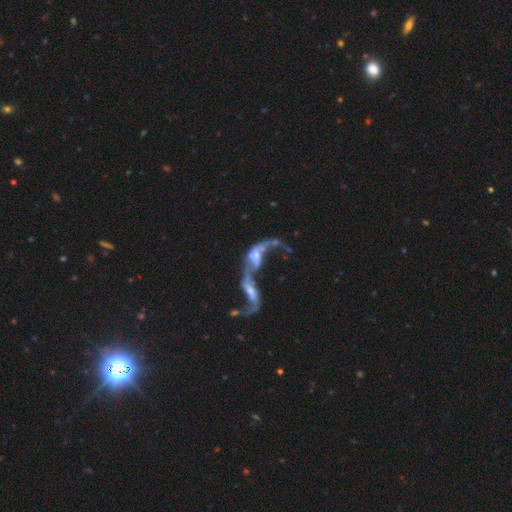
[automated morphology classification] Overall: featured or disk (71%). Edge-on disk: no (92%). Bar: no (54%; weak 31%). Spiral arms: yes (63%; no 37%). Bulge size: none (36%; small 32%). Merging: merger (77%).